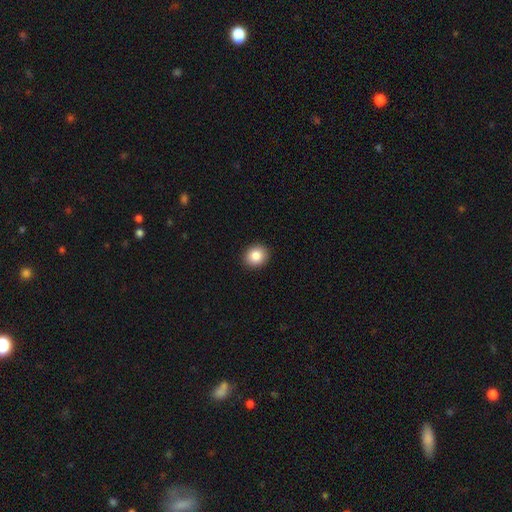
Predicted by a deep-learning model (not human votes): Morphology: type=smooth (86%); roundness=round (75%); merging=none (92%).